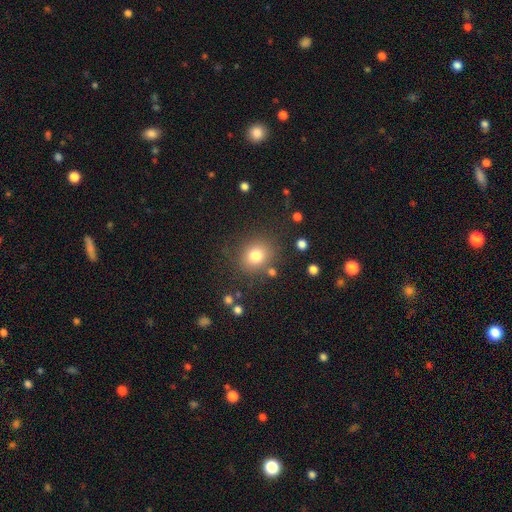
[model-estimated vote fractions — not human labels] smooth 79%, star or artifact 13%, featured or disk 9%. Down the decision tree: how rounded — round (77%); merging — none (80%).